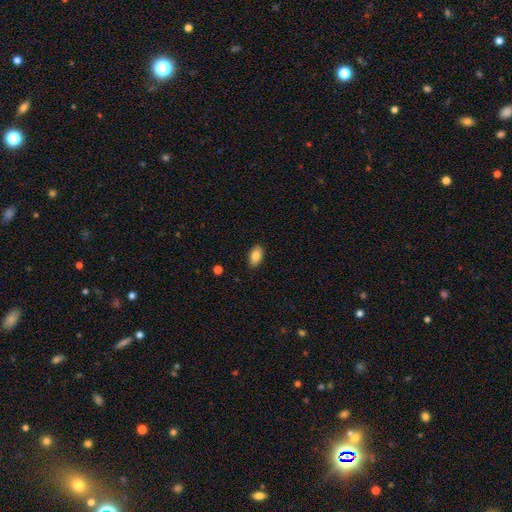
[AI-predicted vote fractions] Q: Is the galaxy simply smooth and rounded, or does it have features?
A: smooth — 85%.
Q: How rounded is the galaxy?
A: in between — 93%.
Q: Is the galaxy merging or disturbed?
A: none — 88%.